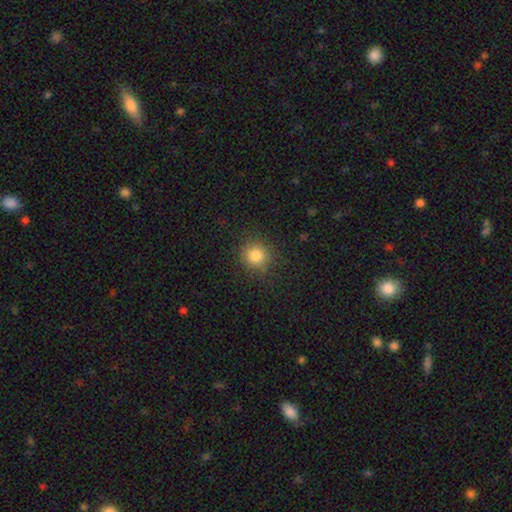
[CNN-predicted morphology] type=smooth (82%); roundness=round (90%); merging=none (86%).